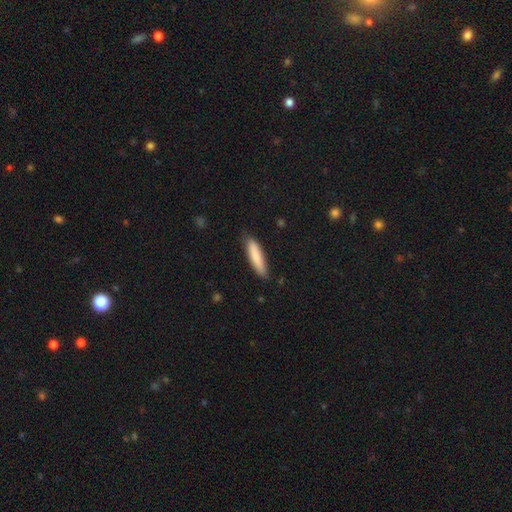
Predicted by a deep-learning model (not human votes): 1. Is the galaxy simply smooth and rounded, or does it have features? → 82% smooth, 12% featured or disk, 5% star or artifact.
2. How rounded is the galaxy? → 80% cigar-shaped, 18% in between, 1% round.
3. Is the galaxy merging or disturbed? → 82% none, 14% minor disturbance, 2% major disturbance, 1% merger.